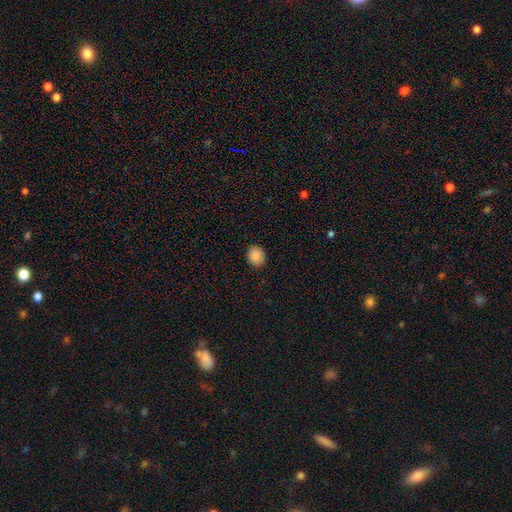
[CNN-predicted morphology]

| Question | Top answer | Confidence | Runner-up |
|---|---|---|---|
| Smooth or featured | smooth | 87% | star or artifact (8%) |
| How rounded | round | 59% | in between (40%) |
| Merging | none | 90% | minor disturbance (7%) |